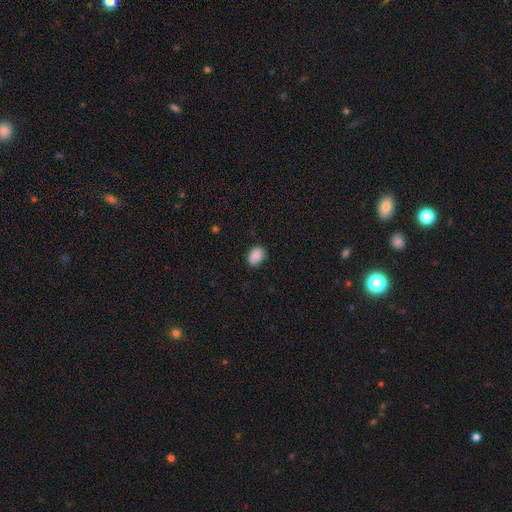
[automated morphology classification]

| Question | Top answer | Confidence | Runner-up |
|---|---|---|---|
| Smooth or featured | smooth | 88% | star or artifact (8%) |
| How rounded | in between | 76% | round (23%) |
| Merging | none | 77% | minor disturbance (18%) |